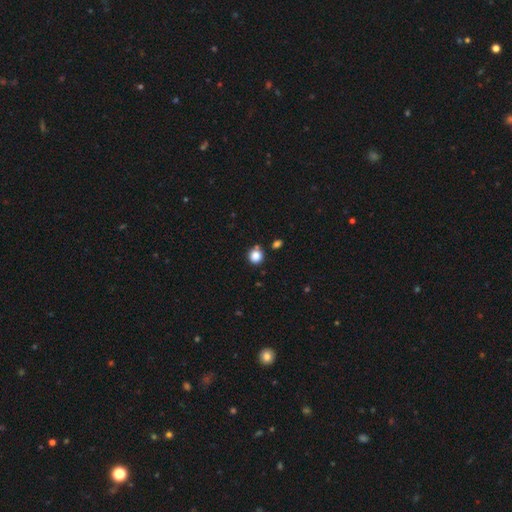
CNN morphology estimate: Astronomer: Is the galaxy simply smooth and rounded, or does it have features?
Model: smooth — 85%.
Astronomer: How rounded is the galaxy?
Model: round — 89%.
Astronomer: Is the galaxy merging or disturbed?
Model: none — 78%.